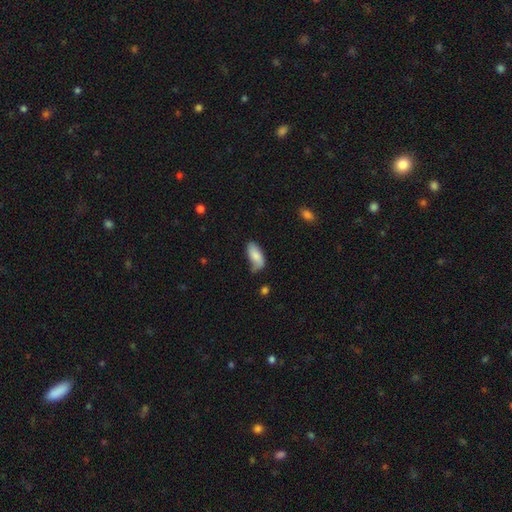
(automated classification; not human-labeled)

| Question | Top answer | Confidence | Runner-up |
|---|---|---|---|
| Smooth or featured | smooth | 79% | featured or disk (14%) |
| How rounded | in between | 90% | cigar-shaped (8%) |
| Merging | none | 47% | minor disturbance (38%) |